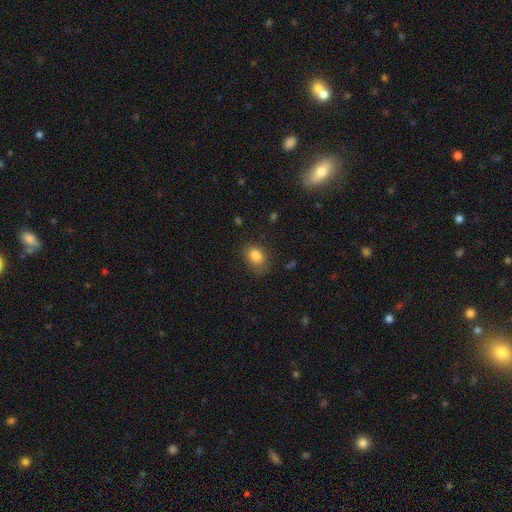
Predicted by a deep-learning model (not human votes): Smooth or featured?
  - smooth: 83% *
  - star or artifact: 10%
  - featured or disk: 6%
How rounded?
  - in between: 58% *
  - round: 41%
  - cigar-shaped: 1%
Merging?
  - none: 71% *
  - minor disturbance: 21%
  - major disturbance: 6%
  - merger: 2%